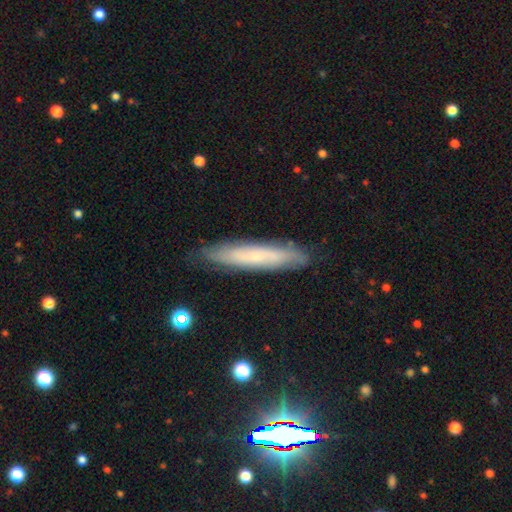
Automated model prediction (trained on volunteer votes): smooth_or_featured: smooth (p=0.51) [alt: featured or disk p=0.41]
how_rounded: cigar-shaped (p=0.89) [alt: in between p=0.09]
merging: none (p=0.84) [alt: minor disturbance p=0.12]